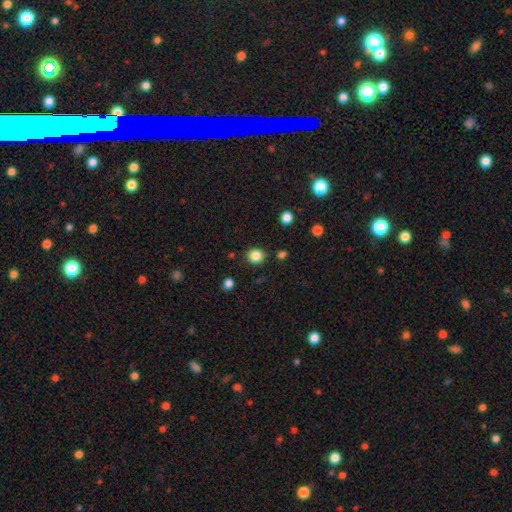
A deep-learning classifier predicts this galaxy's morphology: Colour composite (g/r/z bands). It shows a smooth galaxy with no disk features (85%) that is round (85%). Merging: none (86%).